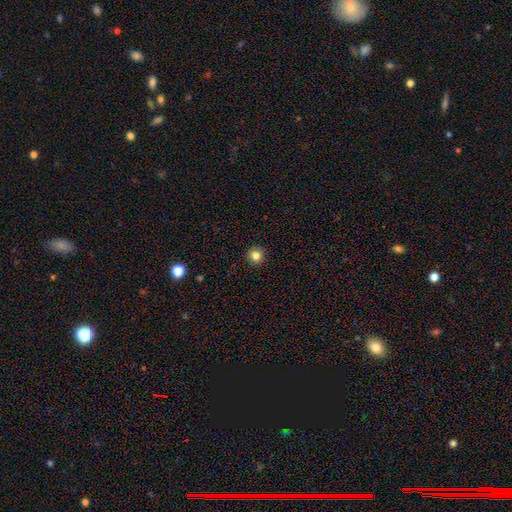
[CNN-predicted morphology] The model was most divided on "smooth or featured": smooth: 82%, star or artifact: 12%, featured or disk: 6%. More confident: how rounded — round (94%); merging — none (92%).